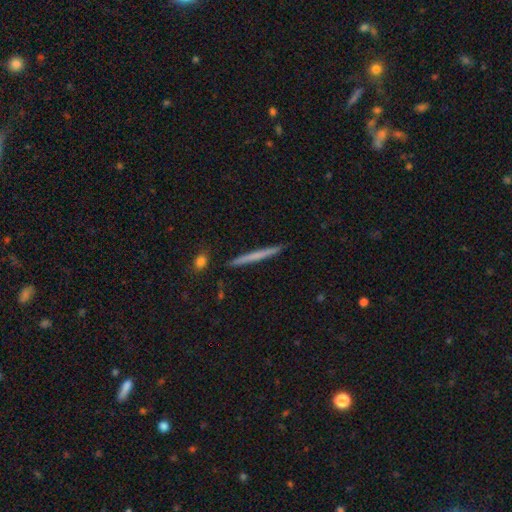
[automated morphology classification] A smooth galaxy with no disk features (54%) that is cigar-shaped (97%). Merging: none (91%).